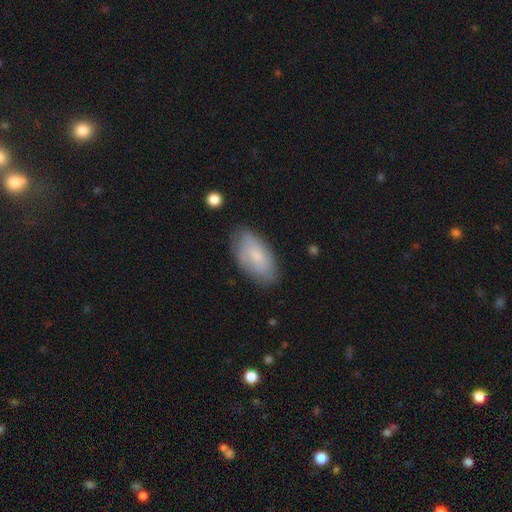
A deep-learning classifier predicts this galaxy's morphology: A smooth galaxy with no disk features (70%) that is in between round and cigar-shaped (93%). Merging: none (74%).